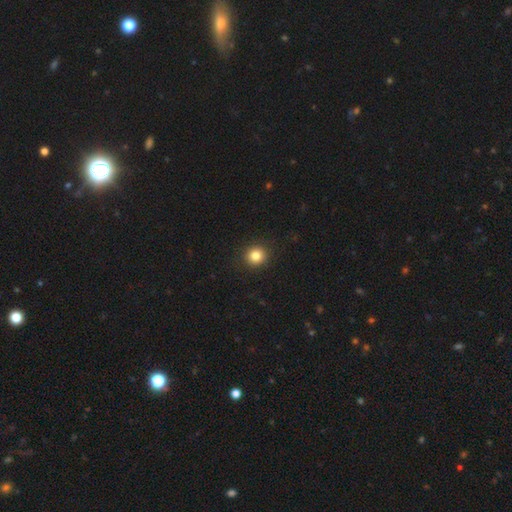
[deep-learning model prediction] smooth_or_featured: smooth (p=0.84) [alt: star or artifact p=0.11]
how_rounded: round (p=0.92) [alt: in between p=0.07]
merging: none (p=0.92) [alt: minor disturbance p=0.05]